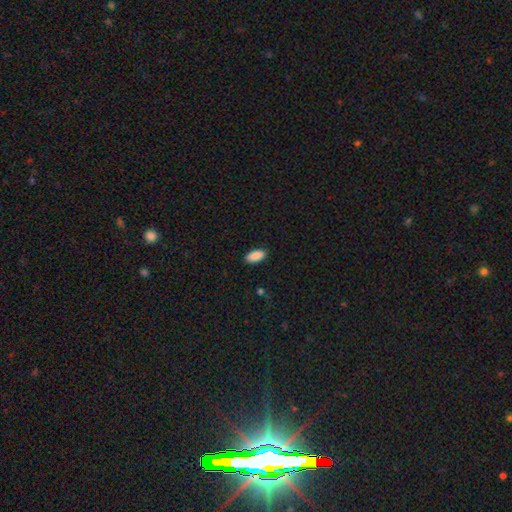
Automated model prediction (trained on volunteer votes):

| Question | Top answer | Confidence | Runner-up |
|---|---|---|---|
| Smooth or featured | smooth | 90% | star or artifact (7%) |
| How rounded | in between | 92% | cigar-shaped (6%) |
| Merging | none | 89% | minor disturbance (8%) |